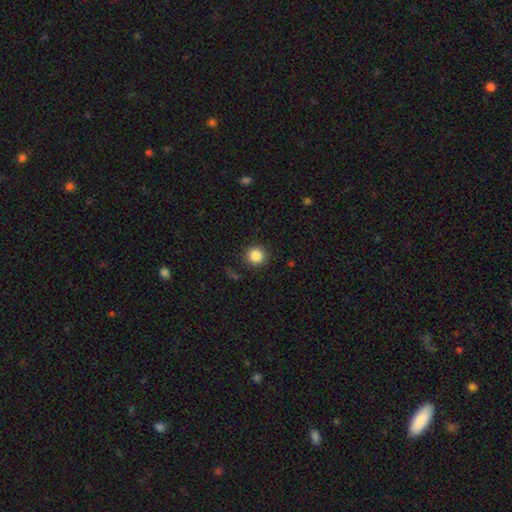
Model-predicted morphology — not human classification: Smooth or featured?
  - smooth: 86% *
  - star or artifact: 10%
  - featured or disk: 4%
How rounded?
  - round: 94% *
  - in between: 5%
  - cigar-shaped: 1%
Merging?
  - none: 89% *
  - minor disturbance: 7%
  - major disturbance: 2%
  - merger: 1%